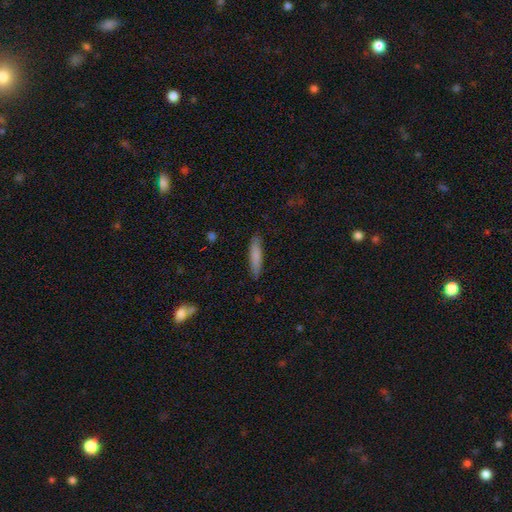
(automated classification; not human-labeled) Q: Smooth or featured?
A: smooth (80%); runner-up: featured or disk (13%)
Q: How rounded?
A: cigar-shaped (84%); runner-up: in between (15%)
Q: Merging?
A: none (86%); runner-up: minor disturbance (11%)